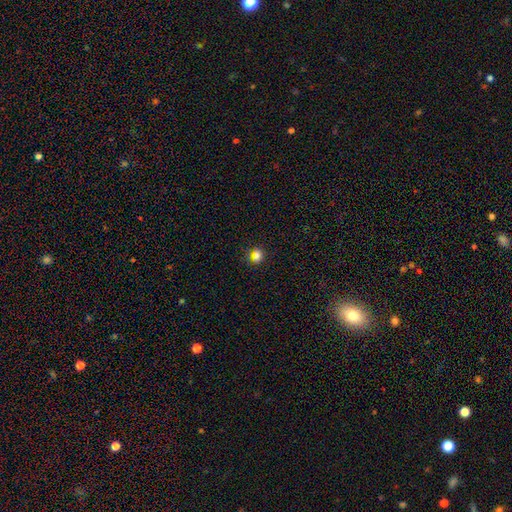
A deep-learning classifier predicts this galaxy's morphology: smooth_or_featured: smooth (p=0.65) [alt: star or artifact p=0.28]
how_rounded: round (p=0.80) [alt: in between p=0.18]
merging: none (p=0.85) [alt: minor disturbance p=0.09]